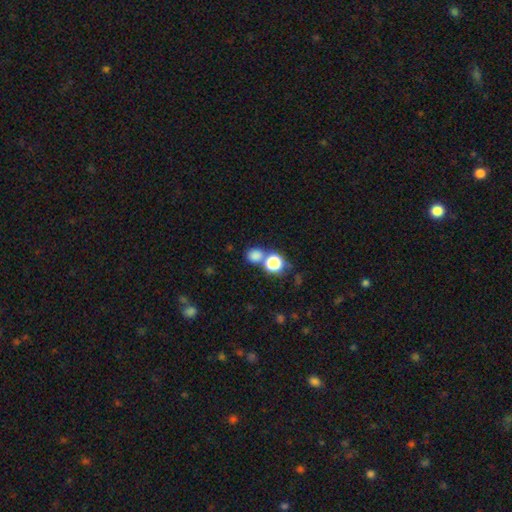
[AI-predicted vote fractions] Smooth or featured: smooth — 77% (star or artifact — 17%)
How rounded: round — 80% (in between — 19%)
Merging: none — 56% (merger — 32%)